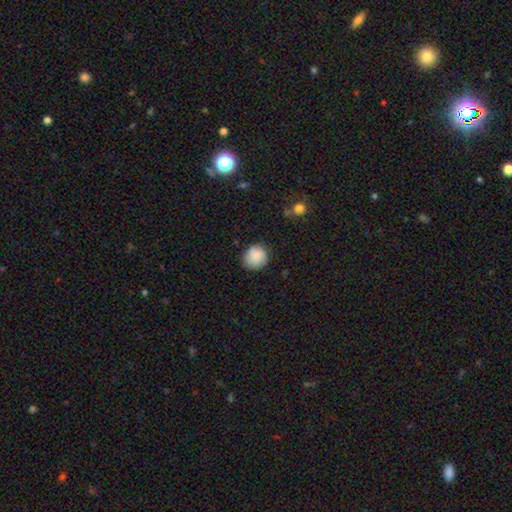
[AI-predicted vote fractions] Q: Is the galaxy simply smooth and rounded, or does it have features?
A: smooth — 84%.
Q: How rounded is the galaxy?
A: round — 87%.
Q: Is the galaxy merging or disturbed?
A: none — 80%.